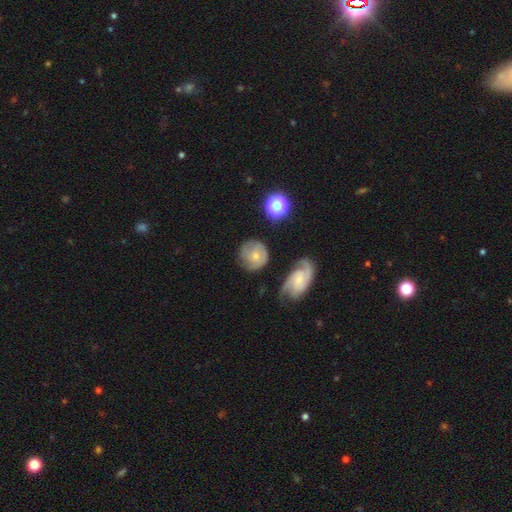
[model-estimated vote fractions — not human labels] A smooth galaxy with no disk features (46%). Merging: none (62%).